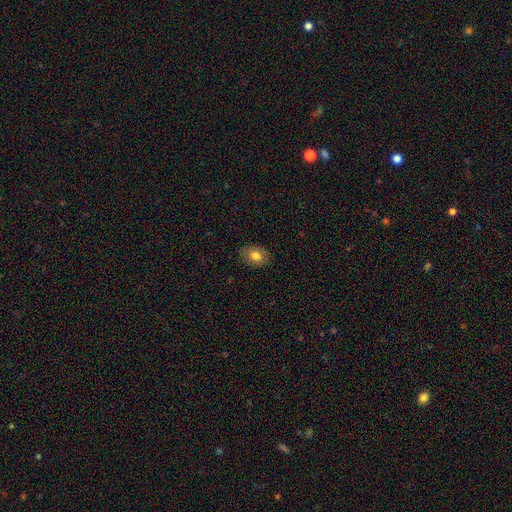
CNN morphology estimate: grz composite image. It shows a smooth galaxy with no disk features (79%) that is in between round and cigar-shaped (73%). Merging: none (86%).